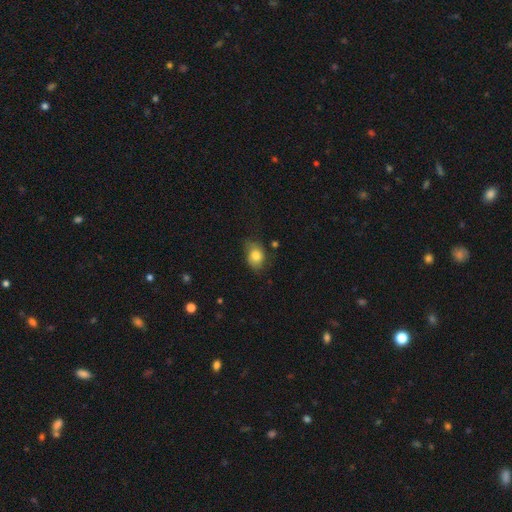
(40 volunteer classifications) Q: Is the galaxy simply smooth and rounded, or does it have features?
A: smooth — 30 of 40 (75%).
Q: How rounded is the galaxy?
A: in between — 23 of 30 (77%).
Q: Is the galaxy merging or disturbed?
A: none — 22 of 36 (61%).